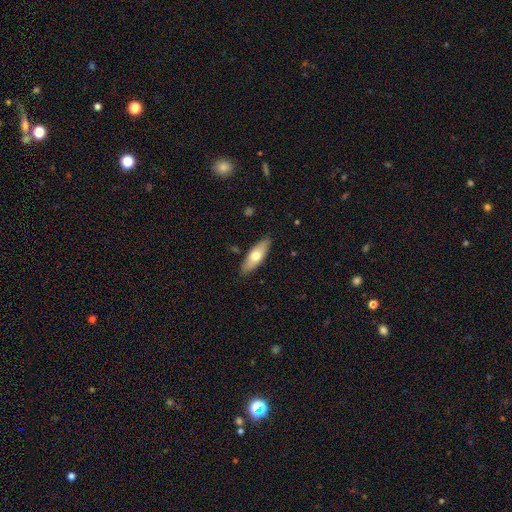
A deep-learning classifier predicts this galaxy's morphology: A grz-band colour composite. It shows a smooth galaxy with no disk features (64%) that is in between round and cigar-shaped (62%). Merging: none (88%).